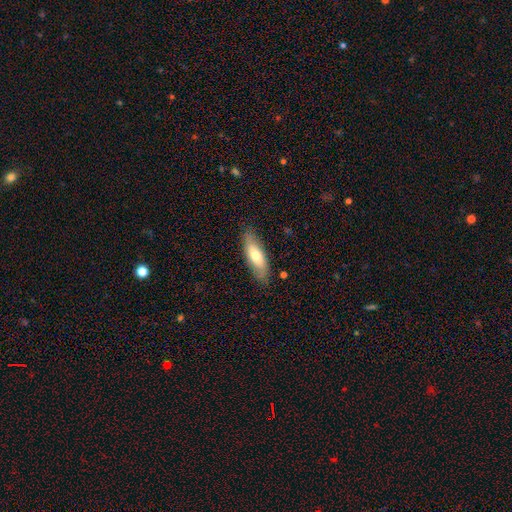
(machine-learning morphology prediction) A smooth galaxy with no disk features (66%) that is in between round and cigar-shaped (56%). Merging: none (82%).